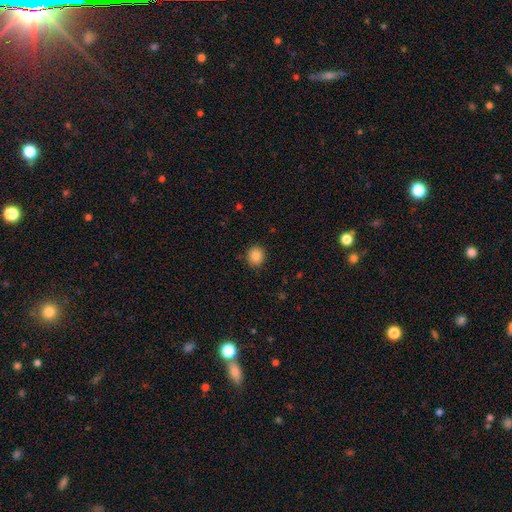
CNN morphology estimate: Smooth or featured?
  - smooth: 84% *
  - star or artifact: 10%
  - featured or disk: 6%
How rounded?
  - round: 84% *
  - in between: 15%
  - cigar-shaped: 1%
Merging?
  - none: 90% *
  - minor disturbance: 7%
  - major disturbance: 2%
  - merger: 1%